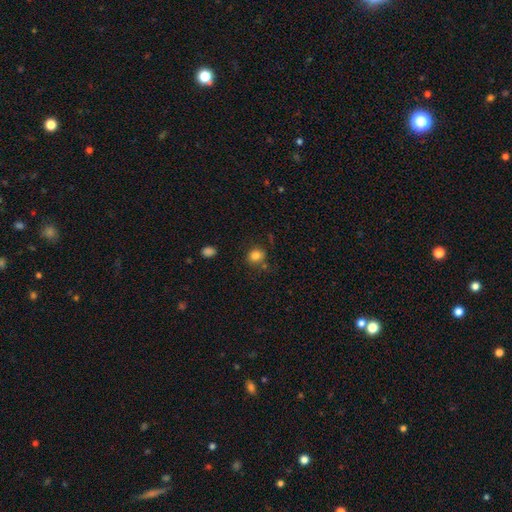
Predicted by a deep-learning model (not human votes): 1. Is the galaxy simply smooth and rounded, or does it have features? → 83% smooth, 11% star or artifact, 6% featured or disk.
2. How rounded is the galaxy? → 73% round, 26% in between, 1% cigar-shaped.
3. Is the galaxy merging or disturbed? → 75% none, 14% minor disturbance, 7% merger, 4% major disturbance.